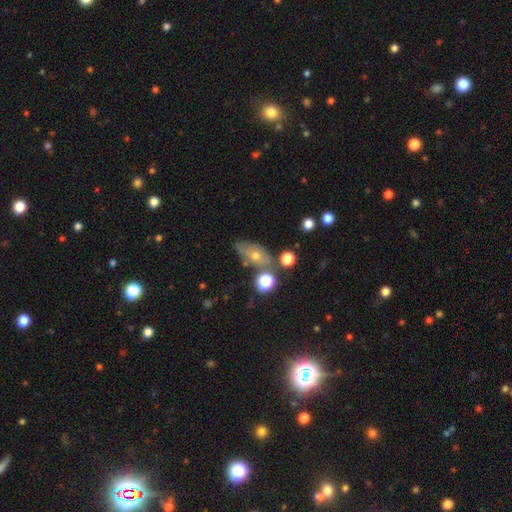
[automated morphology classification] type=smooth (54%); roundness=in between (74%); merging=none (59%).